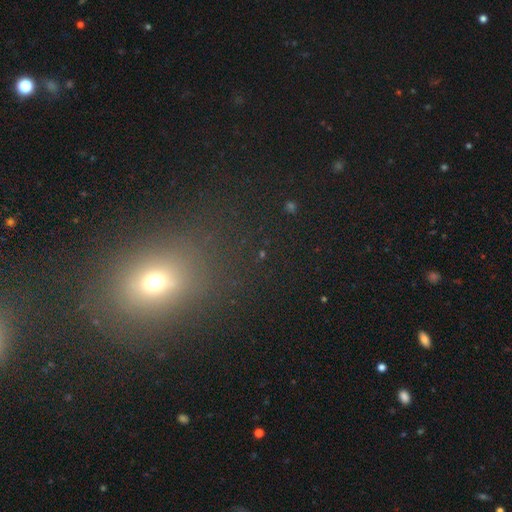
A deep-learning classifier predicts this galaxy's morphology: This appears to be a smooth galaxy with no disk features (50%). Merging: none (84%).